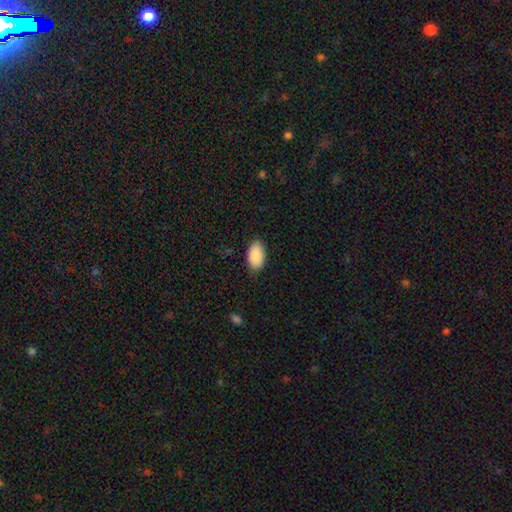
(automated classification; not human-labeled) A smooth galaxy with no disk features (90%) that is in between round and cigar-shaped (96%).

Vote fractions:
- Smooth or featured? smooth: 90% / star or artifact: 6% / featured or disk: 4%
- How rounded? in between: 96% / round: 3% / cigar-shaped: 1%
- Merging? none: 86% / minor disturbance: 11% / major disturbance: 2% / merger: 1%